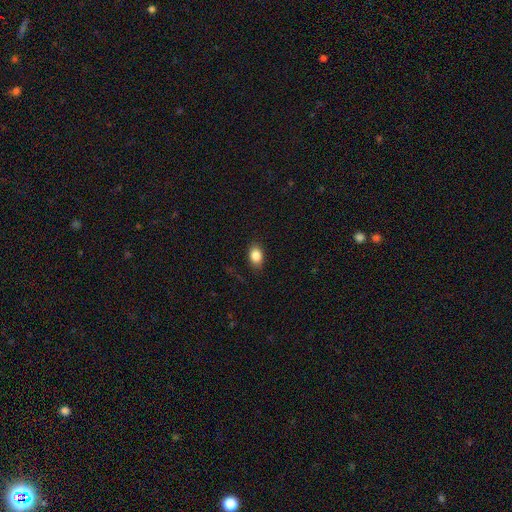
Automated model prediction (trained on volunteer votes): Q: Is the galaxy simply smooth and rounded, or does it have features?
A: smooth — 85%.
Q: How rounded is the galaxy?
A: in between — 77%.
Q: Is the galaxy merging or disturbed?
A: none — 84%.